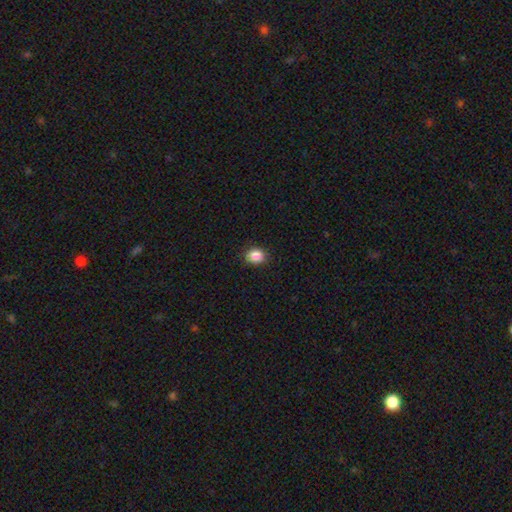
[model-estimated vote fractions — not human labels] Smooth or featured? Predicted: smooth (p=0.87). How rounded? Predicted: round (p=0.61). Merging? Predicted: none (p=0.88).